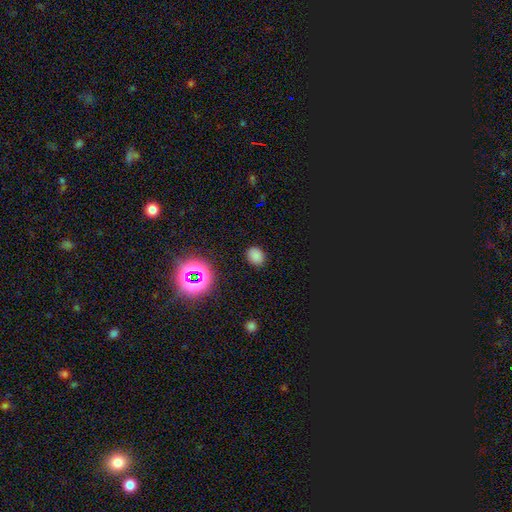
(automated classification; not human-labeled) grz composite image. It shows a smooth galaxy with no disk features (73%) that is in between round and cigar-shaped (53%). Merging: none (85%).